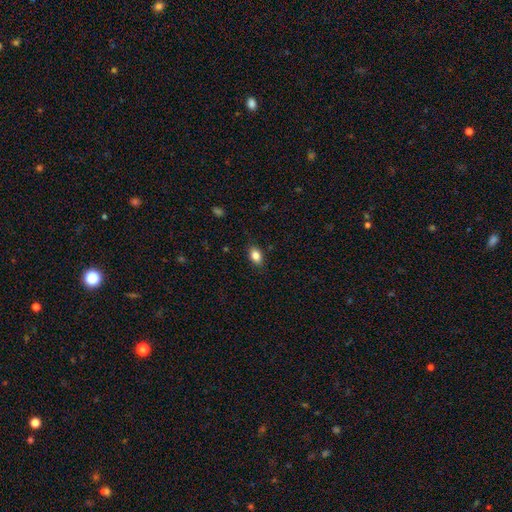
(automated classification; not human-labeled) smooth_or_featured: smooth (p=0.85) [alt: star or artifact p=0.09]
how_rounded: in between (p=0.86) [alt: round p=0.12]
merging: none (p=0.85) [alt: minor disturbance p=0.11]